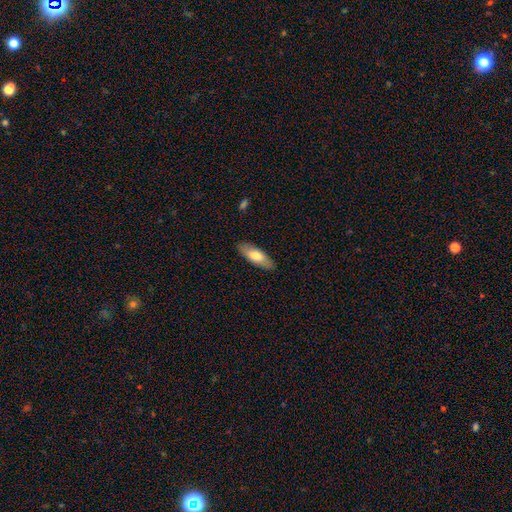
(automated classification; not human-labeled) smooth_or_featured: smooth (p=0.71) [alt: featured or disk p=0.23]
how_rounded: in between (p=0.70) [alt: cigar-shaped p=0.28]
merging: none (p=0.88) [alt: minor disturbance p=0.09]